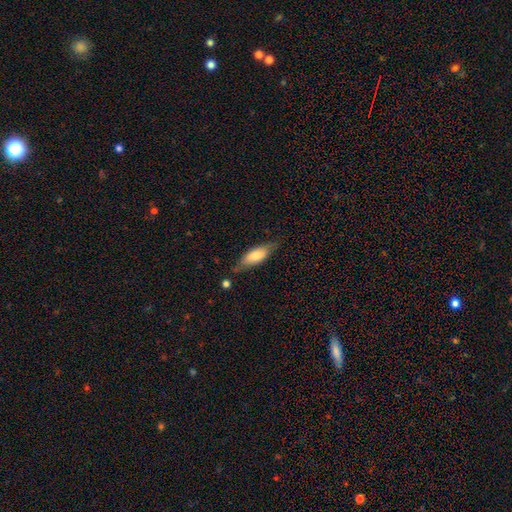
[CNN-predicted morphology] smooth_or_featured: smooth (p=0.68) [alt: featured or disk p=0.26]
how_rounded: in between (p=0.65) [alt: cigar-shaped p=0.33]
merging: none (p=0.67) [alt: minor disturbance p=0.23]